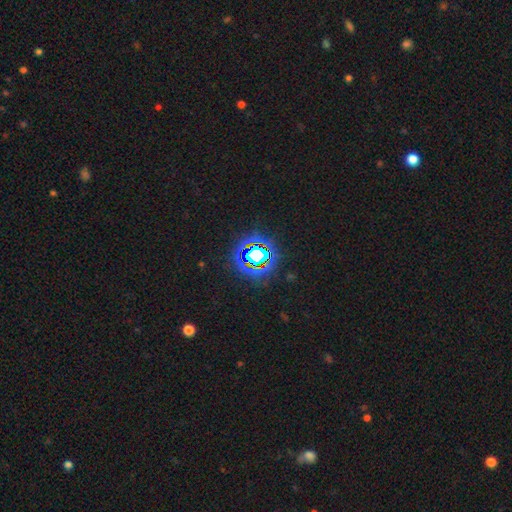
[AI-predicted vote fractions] Overall: star or artifact (71%).